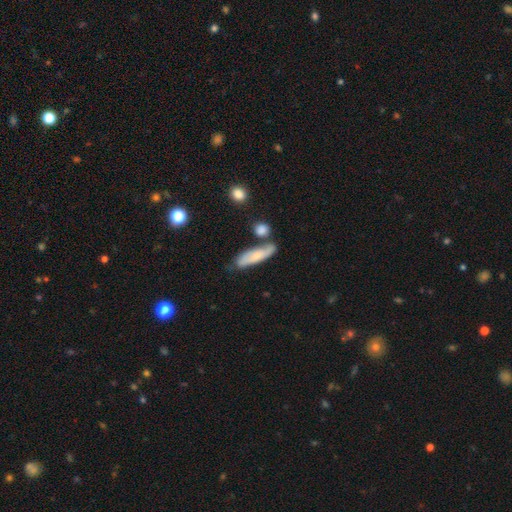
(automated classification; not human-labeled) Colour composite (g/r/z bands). It shows a smooth galaxy with no disk features (68%) that is cigar-shaped (66%). Merging: none (59%).